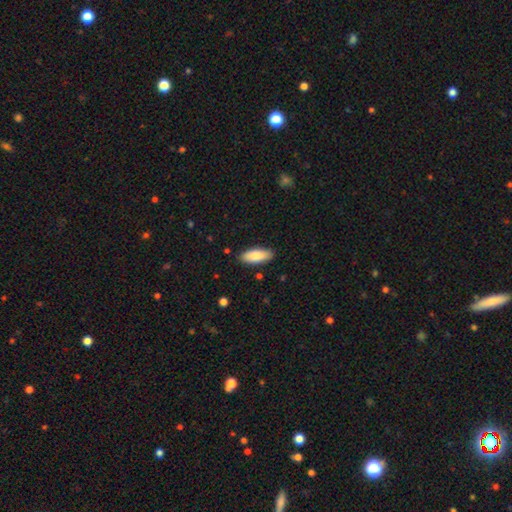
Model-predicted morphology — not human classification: Smooth or featured? Predicted: smooth (p=0.83). How rounded? Predicted: in between (p=0.76). Merging? Predicted: none (p=0.87).